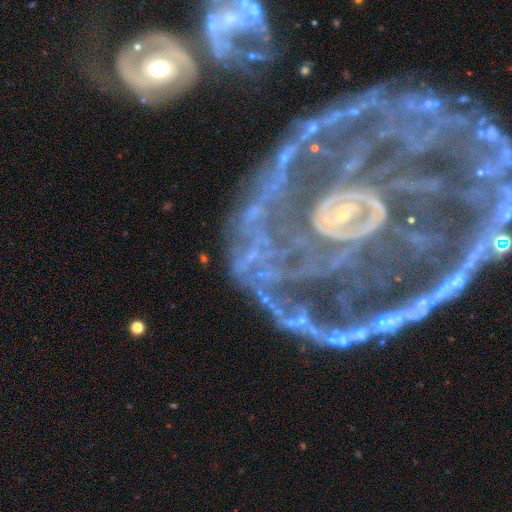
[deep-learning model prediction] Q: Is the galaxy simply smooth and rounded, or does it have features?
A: featured or disk — 78%.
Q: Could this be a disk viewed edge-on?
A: no — 95%.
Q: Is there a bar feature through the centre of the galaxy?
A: no — 53%.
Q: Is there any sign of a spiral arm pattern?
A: yes — 84%.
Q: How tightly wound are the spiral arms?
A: tight — 58%.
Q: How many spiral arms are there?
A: can't tell — 28%.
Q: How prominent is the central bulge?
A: small — 62%.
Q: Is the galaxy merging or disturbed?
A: none — 45%.